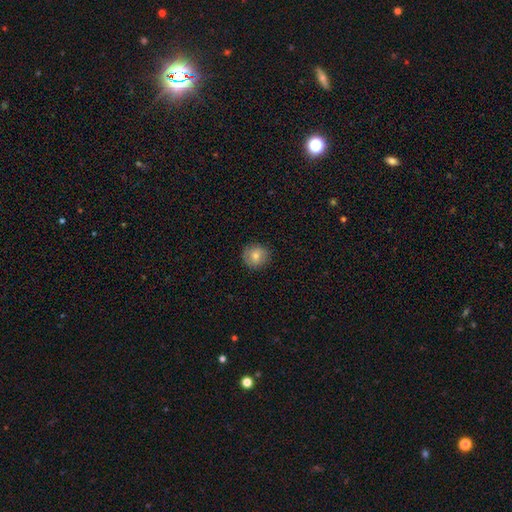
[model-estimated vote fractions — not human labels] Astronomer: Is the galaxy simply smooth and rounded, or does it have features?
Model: smooth — 79%.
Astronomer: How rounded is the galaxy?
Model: round — 90%.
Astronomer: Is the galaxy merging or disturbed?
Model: none — 86%.